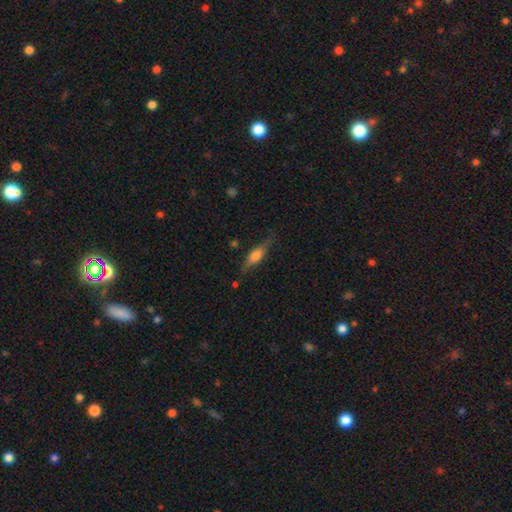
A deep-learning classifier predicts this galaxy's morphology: This is possibly a featured or disk galaxy (55%). It is clearly viewed edge-on (93%). Edge-on bulge: clearly rounded (84%). Merging: likely none (78%).